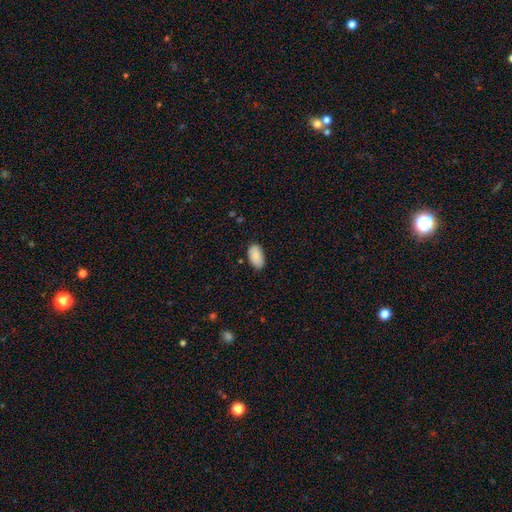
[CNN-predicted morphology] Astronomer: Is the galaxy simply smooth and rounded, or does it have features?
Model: smooth — 88%.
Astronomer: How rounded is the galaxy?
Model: in between — 95%.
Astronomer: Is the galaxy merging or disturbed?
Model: none — 81%.